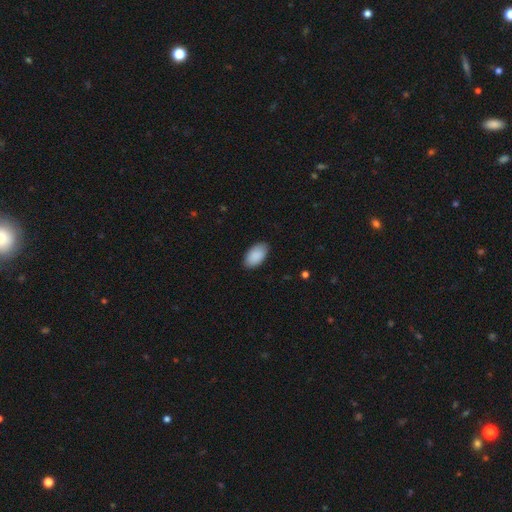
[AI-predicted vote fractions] Morphology: type=smooth (91%); roundness=in between (95%); merging=none (86%).